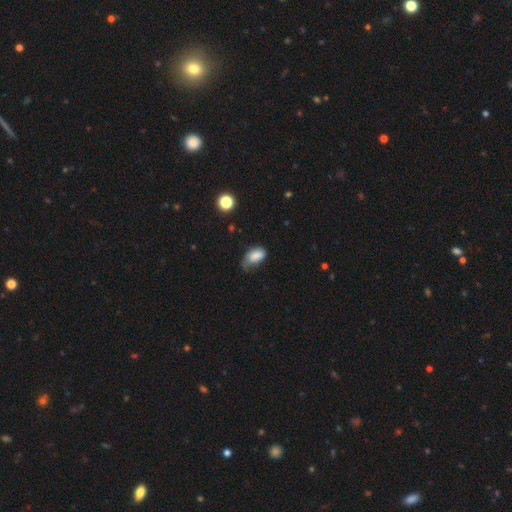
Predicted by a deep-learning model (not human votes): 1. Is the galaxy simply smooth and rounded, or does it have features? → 80% smooth, 12% featured or disk, 8% star or artifact.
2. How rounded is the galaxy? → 90% in between, 7% round, 2% cigar-shaped.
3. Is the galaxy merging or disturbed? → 42% minor disturbance, 37% none, 18% major disturbance, 3% merger.